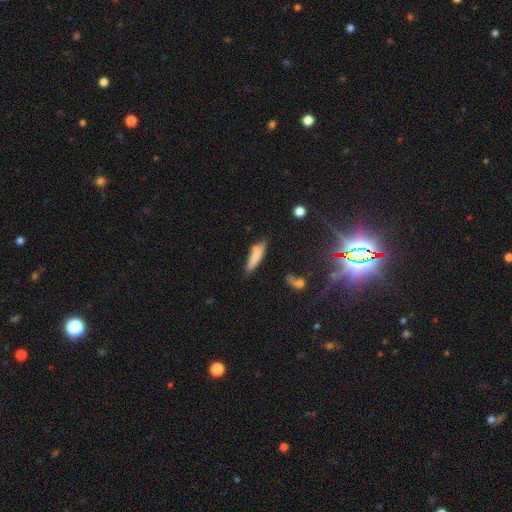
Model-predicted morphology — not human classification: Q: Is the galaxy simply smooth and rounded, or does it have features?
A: smooth — 75%.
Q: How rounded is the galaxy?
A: cigar-shaped — 73%.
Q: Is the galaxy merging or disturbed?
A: none — 68%.